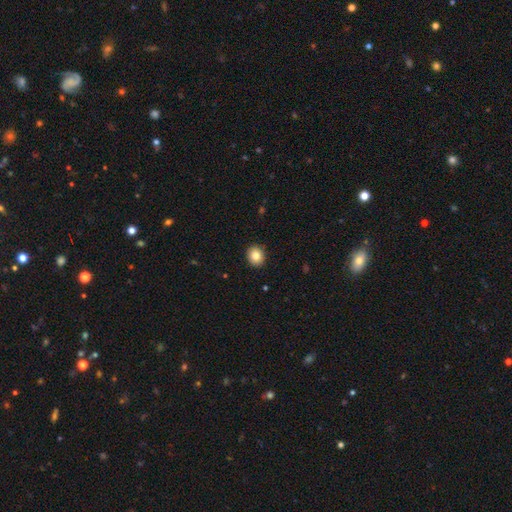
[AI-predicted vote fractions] The model was most divided on "how rounded": round: 76%, in between: 23%, cigar-shaped: 1%. More confident: merging — none (91%); smooth or featured — smooth (82%).